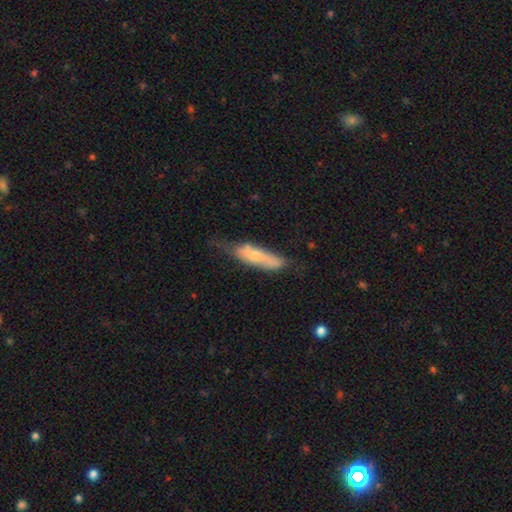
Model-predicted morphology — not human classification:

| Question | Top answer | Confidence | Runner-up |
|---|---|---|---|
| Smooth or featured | smooth | 58% | featured or disk (36%) |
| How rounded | cigar-shaped | 63% | in between (35%) |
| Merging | none | 47% | minor disturbance (35%) |